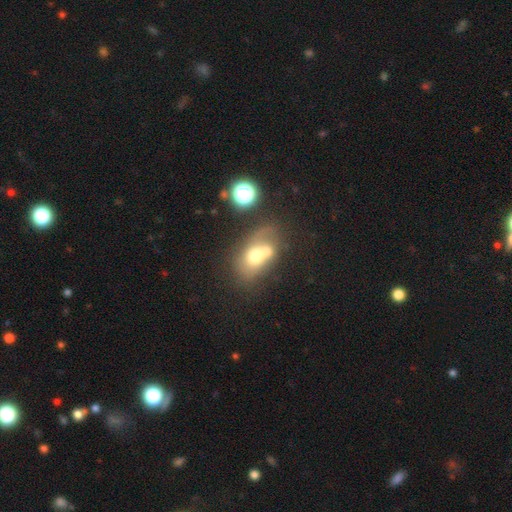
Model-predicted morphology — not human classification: smooth 60%, featured or disk 28%, star or artifact 12%. Down the decision tree: how rounded — in between (68%); merging — merger (59%).